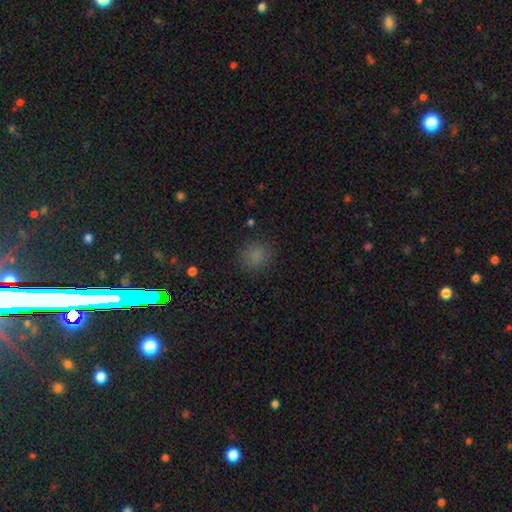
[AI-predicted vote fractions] smooth-or-featured: smooth: 82% | star or artifact: 14% | featured or disk: 4%
  how-rounded: round: 82% | in between: 17% | cigar-shaped: 1%
  merging: none: 86% | minor disturbance: 10% | major disturbance: 3% | merger: 1%